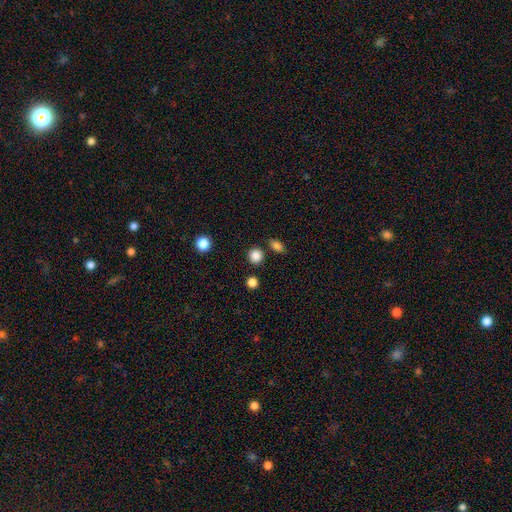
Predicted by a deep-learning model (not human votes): smooth-or-featured: smooth: 85% | star or artifact: 12% | featured or disk: 4%
  how-rounded: round: 87% | in between: 12% | cigar-shaped: 1%
  merging: none: 84% | minor disturbance: 8% | merger: 5% | major disturbance: 3%